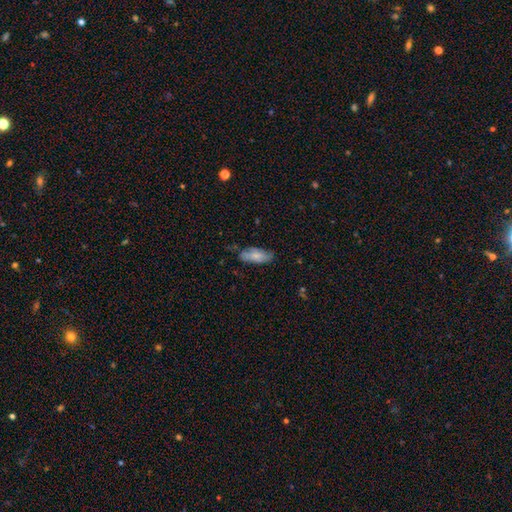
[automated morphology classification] A smooth galaxy with no disk features (64%) that is in between round and cigar-shaped (82%).

Vote fractions:
- Smooth or featured? smooth: 64% / featured or disk: 29% / star or artifact: 7%
- How rounded? in between: 82% / cigar-shaped: 16% / round: 2%
- Merging? none: 63% / minor disturbance: 28% / major disturbance: 7% / merger: 2%